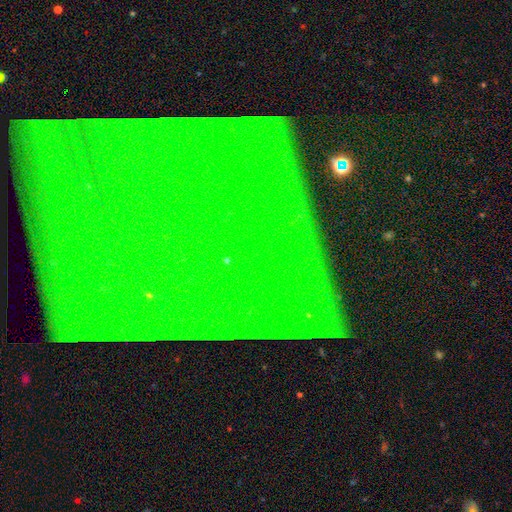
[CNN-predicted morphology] A star or artifact, not a galaxy (84%).

Vote fractions:
- Smooth or featured? star or artifact: 84% / featured or disk: 9% / smooth: 7%